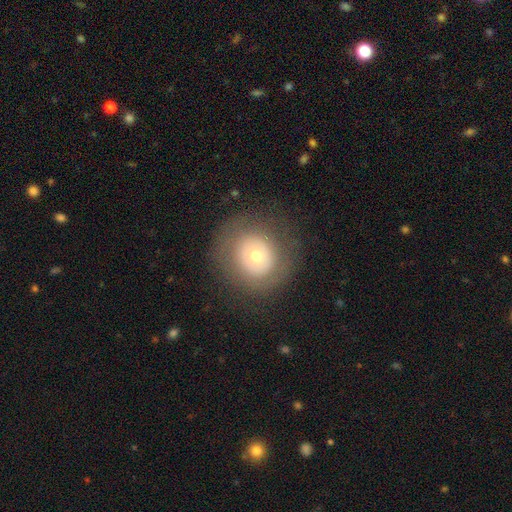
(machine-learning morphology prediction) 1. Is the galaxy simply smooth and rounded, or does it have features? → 55% smooth, 35% featured or disk, 10% star or artifact.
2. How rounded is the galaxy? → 86% round, 13% in between, 1% cigar-shaped.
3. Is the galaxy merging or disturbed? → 80% none, 11% minor disturbance, 8% major disturbance, 1% merger.